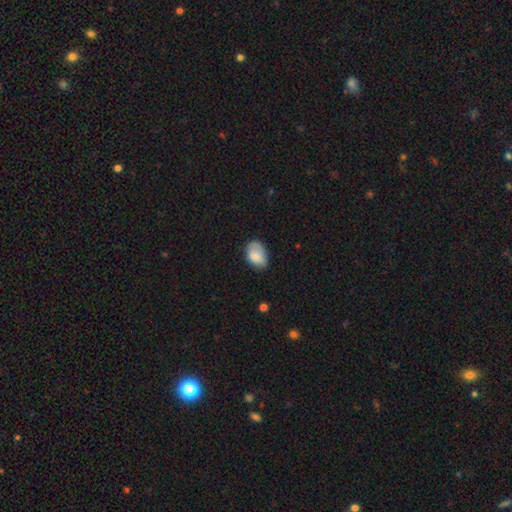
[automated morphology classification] type=smooth (82%); roundness=in between (88%); merging=none (64%).